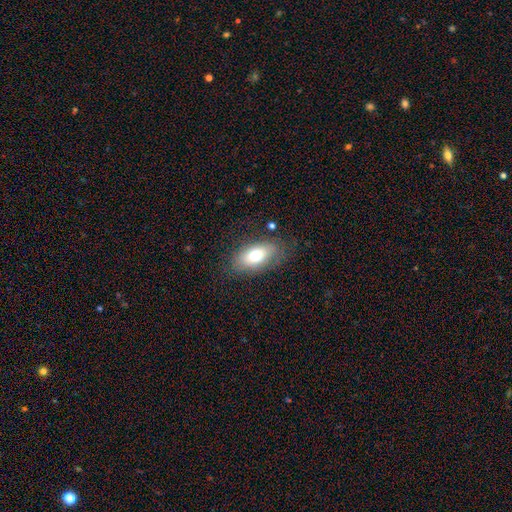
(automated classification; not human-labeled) smooth 70%, featured or disk 22%, star or artifact 9%. Down the decision tree: how rounded — in between (88%); merging — none (76%).